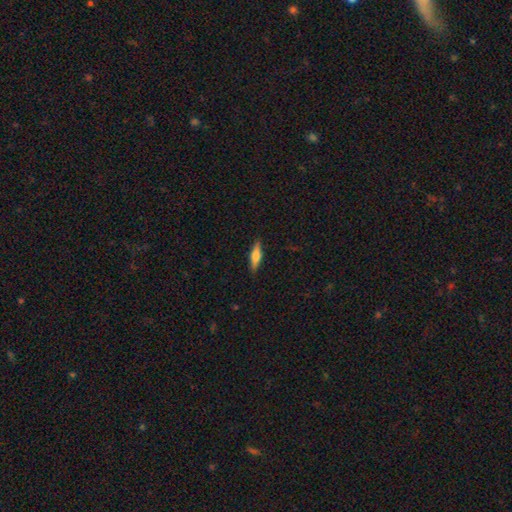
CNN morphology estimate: A smooth galaxy with no disk features (55%) that is cigar-shaped (67%). Merging: none (89%).